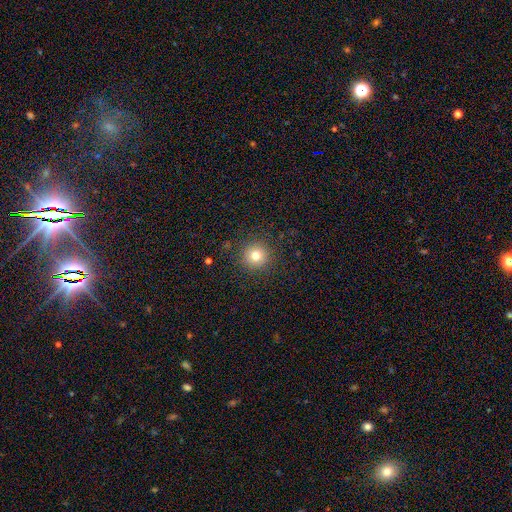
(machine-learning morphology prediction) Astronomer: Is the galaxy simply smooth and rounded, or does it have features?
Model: smooth — 78%.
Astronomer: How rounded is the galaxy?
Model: round — 95%.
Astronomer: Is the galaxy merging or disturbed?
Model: none — 90%.